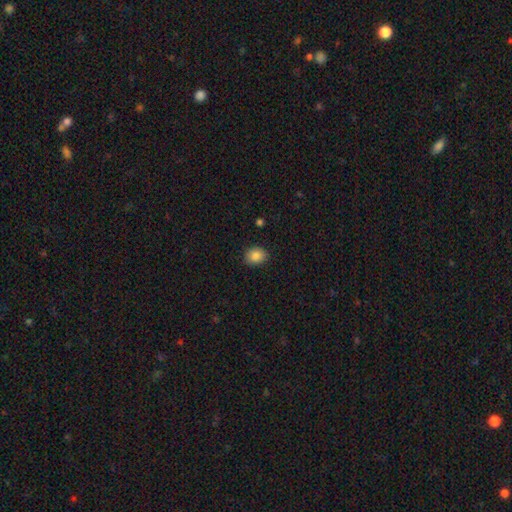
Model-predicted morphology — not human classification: Q: Smooth or featured?
A: smooth (86%); runner-up: star or artifact (9%)
Q: How rounded?
A: in between (52%); runner-up: round (47%)
Q: Merging?
A: none (88%); runner-up: minor disturbance (9%)